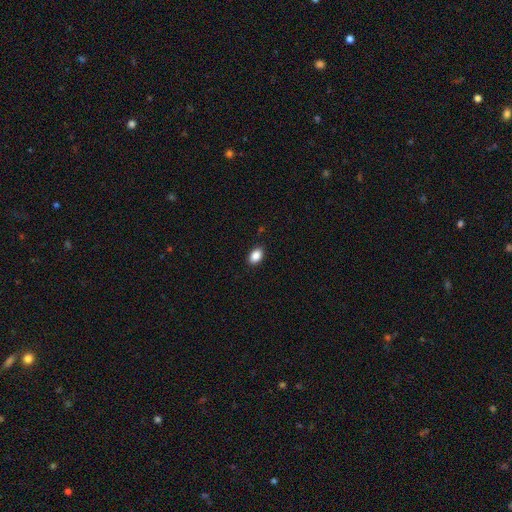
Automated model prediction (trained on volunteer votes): A smooth galaxy with no disk features (89%) that is in between round and cigar-shaped (86%).

Vote fractions:
- Smooth or featured? smooth: 89% / star or artifact: 8% / featured or disk: 3%
- How rounded? in between: 86% / round: 12% / cigar-shaped: 1%
- Merging? none: 88% / minor disturbance: 9% / major disturbance: 2% / merger: 1%